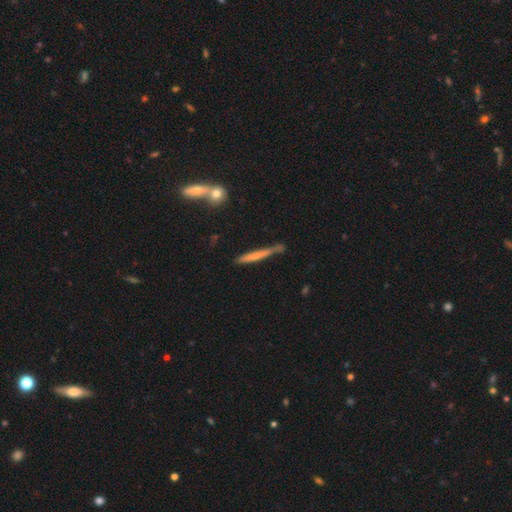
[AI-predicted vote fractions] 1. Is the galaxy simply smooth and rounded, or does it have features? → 56% smooth, 37% featured or disk, 7% star or artifact.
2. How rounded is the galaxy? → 95% cigar-shaped, 3% in between, 2% round.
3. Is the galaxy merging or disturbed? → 71% none, 18% minor disturbance, 7% merger, 4% major disturbance.